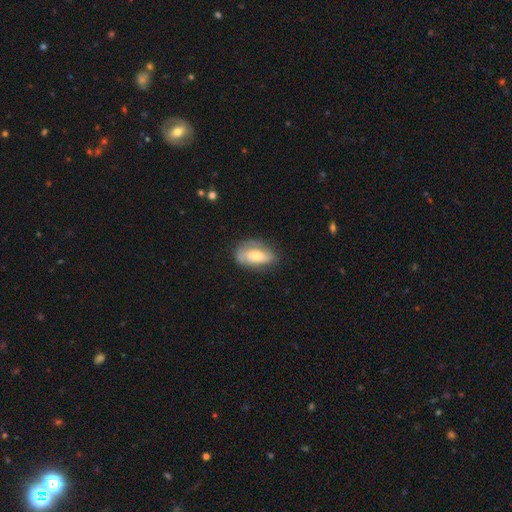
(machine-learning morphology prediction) Smooth or featured? Predicted: smooth (p=0.55). How rounded? Predicted: in between (p=0.89). Merging? Predicted: none (p=0.60).